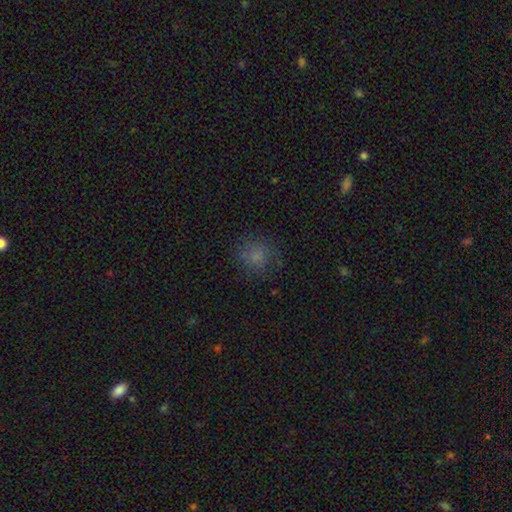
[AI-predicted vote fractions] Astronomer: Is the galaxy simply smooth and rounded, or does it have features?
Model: smooth — 77%.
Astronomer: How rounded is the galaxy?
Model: round — 86%.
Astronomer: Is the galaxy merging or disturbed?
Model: none — 77%.